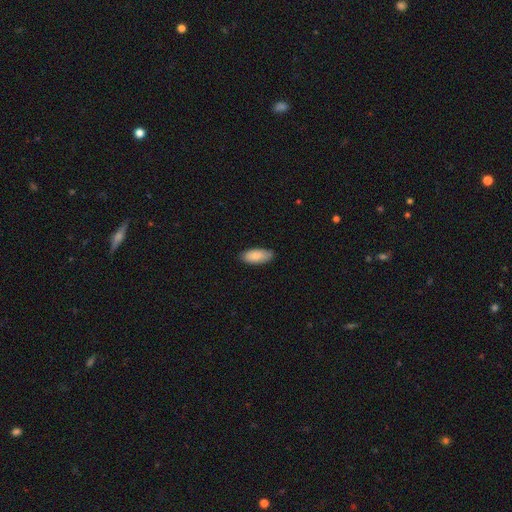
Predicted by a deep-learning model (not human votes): This appears to be a smooth galaxy with no disk features (87%) that is in between round and cigar-shaped (89%). Merging: none (84%).